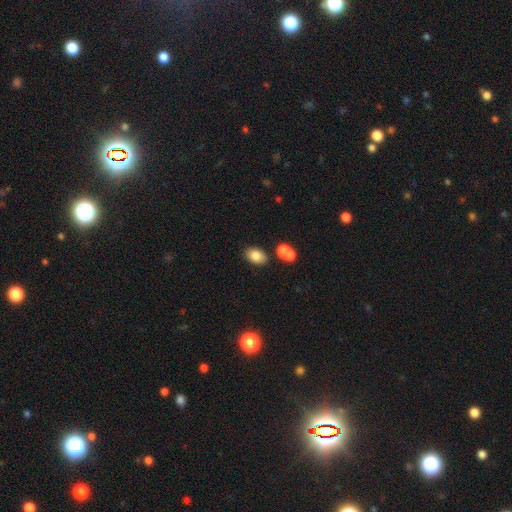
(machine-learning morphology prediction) Smooth or featured: smooth — 81% (featured or disk — 10%)
How rounded: in between — 84% (round — 15%)
Merging: none — 76% (minor disturbance — 11%)